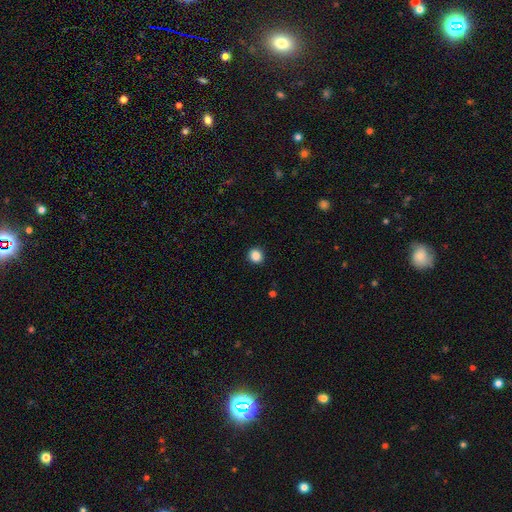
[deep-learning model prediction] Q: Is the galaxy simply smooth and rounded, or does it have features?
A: smooth — 87%.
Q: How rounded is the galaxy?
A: round — 84%.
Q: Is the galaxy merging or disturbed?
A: none — 91%.